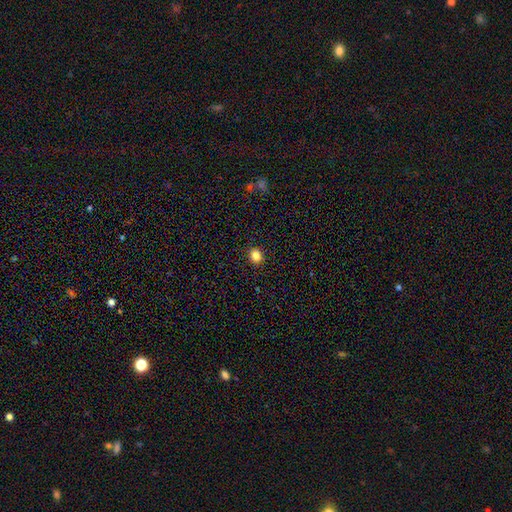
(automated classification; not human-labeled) Morphology: type=smooth (83%); roundness=round (77%); merging=none (92%).